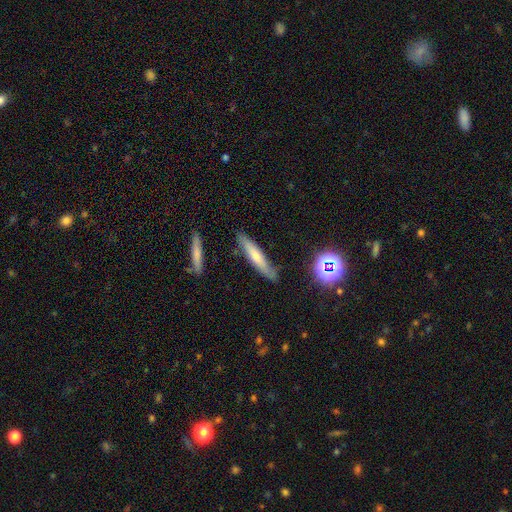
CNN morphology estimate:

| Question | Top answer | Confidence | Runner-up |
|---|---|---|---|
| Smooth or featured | smooth | 52% | featured or disk (38%) |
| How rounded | cigar-shaped | 88% | in between (10%) |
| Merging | none | 80% | minor disturbance (14%) |